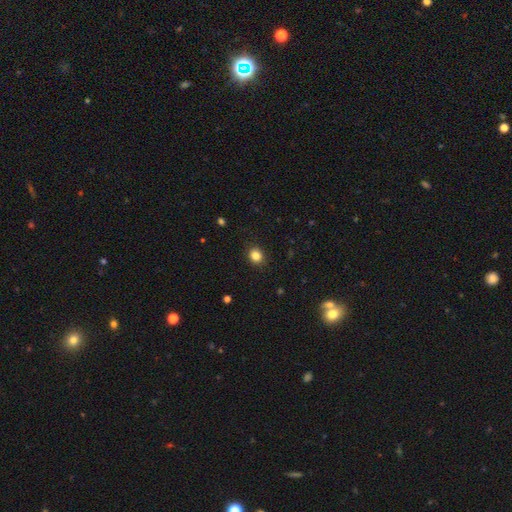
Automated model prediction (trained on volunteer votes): Smooth or featured? Predicted: smooth (p=0.84). How rounded? Predicted: round (p=0.71). Merging? Predicted: none (p=0.90).